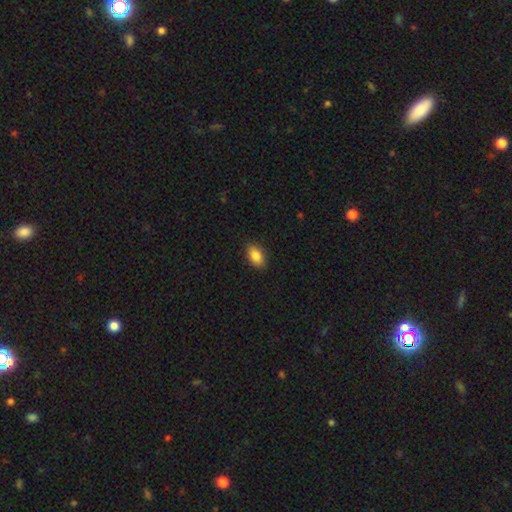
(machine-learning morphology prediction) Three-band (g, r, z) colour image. It shows a smooth galaxy with no disk features (86%) that is in between round and cigar-shaped (90%). Merging: none (87%).